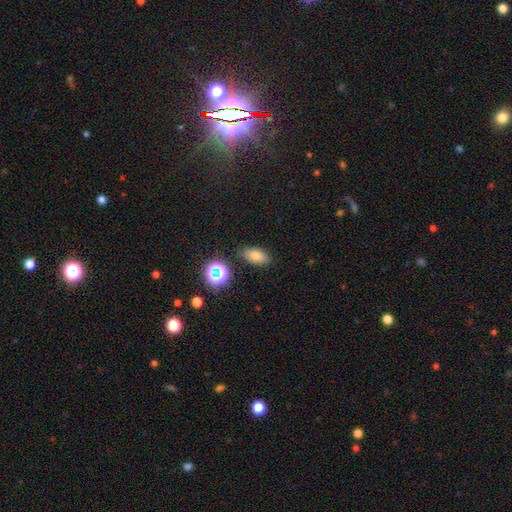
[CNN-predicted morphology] This is likely a smooth galaxy (73%). How rounded: clearly in between (84%). Merging: clearly none (84%).